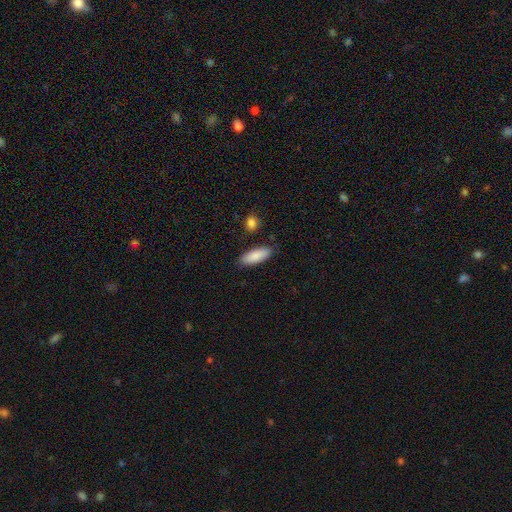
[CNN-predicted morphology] smooth 87%, featured or disk 7%, star or artifact 6%. Down the decision tree: how rounded — in between (76%); merging — none (84%).